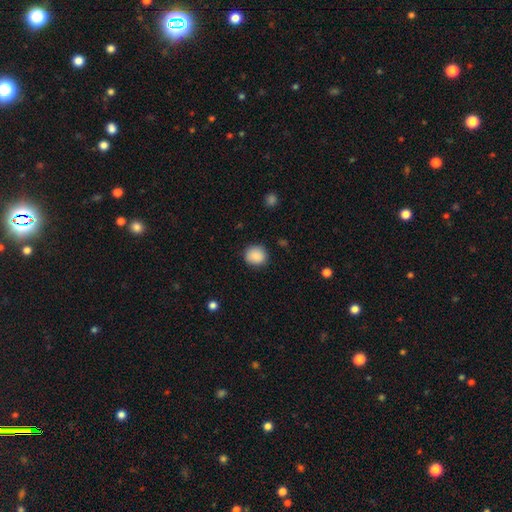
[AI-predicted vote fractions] Smooth or featured?
  - smooth: 89% *
  - star or artifact: 8%
  - featured or disk: 3%
How rounded?
  - round: 82% *
  - in between: 17%
  - cigar-shaped: 1%
Merging?
  - none: 86% *
  - minor disturbance: 10%
  - major disturbance: 3%
  - merger: 1%